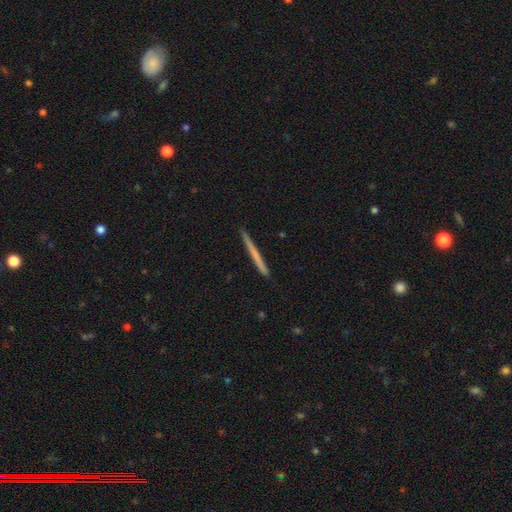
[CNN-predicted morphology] Smooth or featured: smooth — 57% (featured or disk — 38%)
How rounded: cigar-shaped — 97% (in between — 1%)
Merging: none — 92% (minor disturbance — 6%)